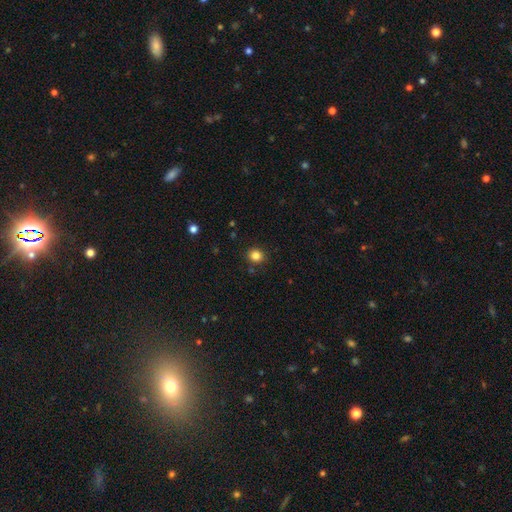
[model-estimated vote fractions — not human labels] Smooth or featured?
  - smooth: 83% *
  - star or artifact: 12%
  - featured or disk: 5%
How rounded?
  - round: 85% *
  - in between: 15%
  - cigar-shaped: 1%
Merging?
  - none: 88% *
  - minor disturbance: 7%
  - merger: 2%
  - major disturbance: 2%